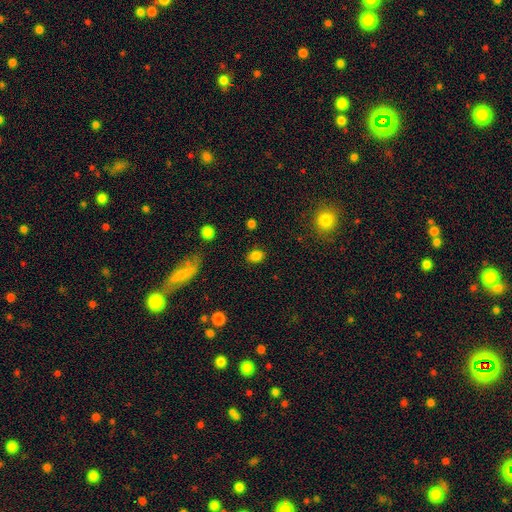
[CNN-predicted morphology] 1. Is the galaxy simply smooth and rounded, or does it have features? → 83% smooth, 12% star or artifact, 5% featured or disk.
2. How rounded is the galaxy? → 60% in between, 39% round, 1% cigar-shaped.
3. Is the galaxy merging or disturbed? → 85% none, 10% minor disturbance, 3% major disturbance, 2% merger.